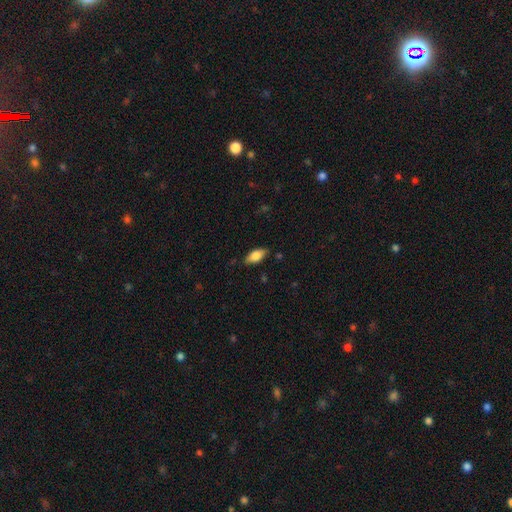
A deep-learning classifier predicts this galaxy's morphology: This appears to be a smooth galaxy with no disk features (75%) that is in between round and cigar-shaped (85%). Merging: none (82%).